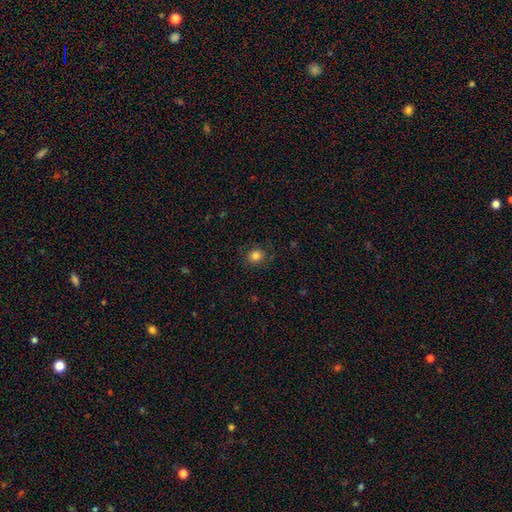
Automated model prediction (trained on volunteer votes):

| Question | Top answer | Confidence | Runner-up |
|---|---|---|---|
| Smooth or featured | smooth | 82% | star or artifact (12%) |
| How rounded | round | 83% | in between (16%) |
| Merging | none | 84% | minor disturbance (11%) |